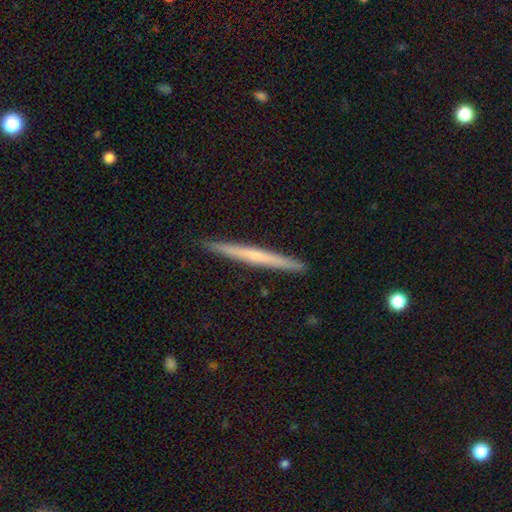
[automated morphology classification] This is possibly a featured or disk galaxy (51%). It is clearly viewed edge-on (98%). Merging: clearly none (92%).